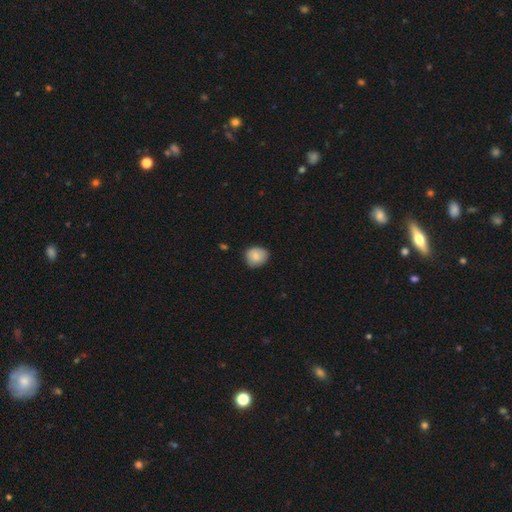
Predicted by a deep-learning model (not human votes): Smooth or featured? smooth (83%)
How rounded? round (71%)
Merging? none (76%)